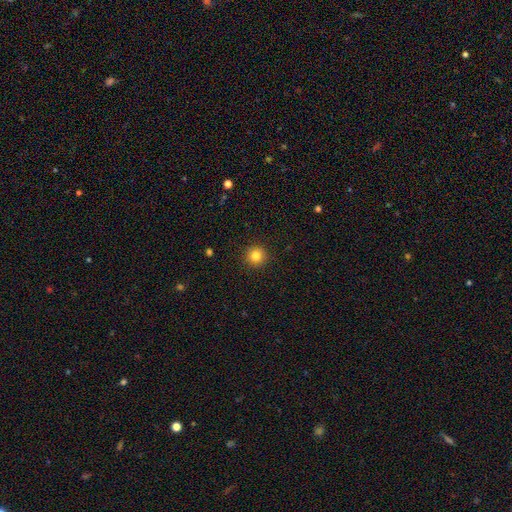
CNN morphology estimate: The model was most divided on "smooth or featured": smooth: 83%, star or artifact: 11%, featured or disk: 5%. More confident: how rounded — round (95%); merging — none (93%).